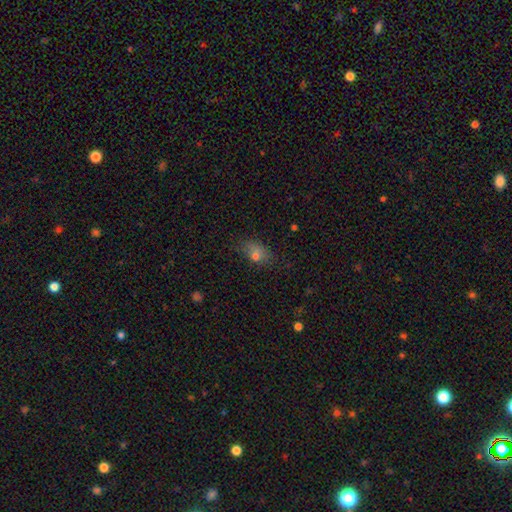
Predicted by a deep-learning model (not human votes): A smooth galaxy with no disk features (73%) that is in between round and cigar-shaped (79%).

Vote fractions:
- Smooth or featured? smooth: 73% / star or artifact: 14% / featured or disk: 13%
- How rounded? in between: 79% / round: 19% / cigar-shaped: 3%
- Merging? none: 55% / minor disturbance: 28% / major disturbance: 12% / merger: 5%